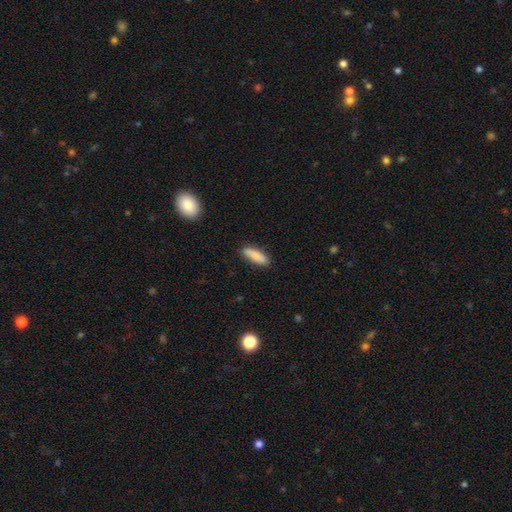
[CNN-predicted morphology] This appears to be a smooth galaxy with no disk features (83%) that is cigar-shaped (50%). Merging: none (86%).